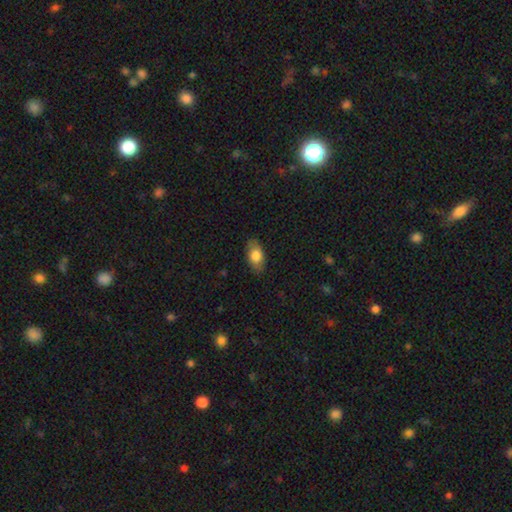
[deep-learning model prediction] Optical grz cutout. It shows a smooth galaxy with no disk features (79%) that is in between round and cigar-shaped (89%). Merging: none (82%).